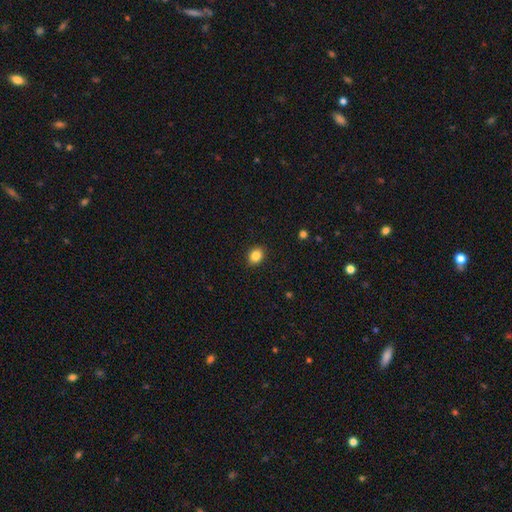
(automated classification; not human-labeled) Smooth or featured: smooth — 85% (star or artifact — 10%)
How rounded: in between — 56% (round — 43%)
Merging: none — 89% (minor disturbance — 8%)